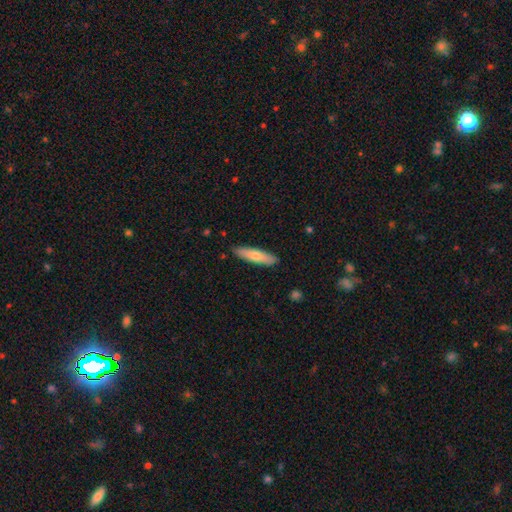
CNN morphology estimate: This appears to be a smooth galaxy with no disk features (72%) that is cigar-shaped (76%). Merging: none (88%).